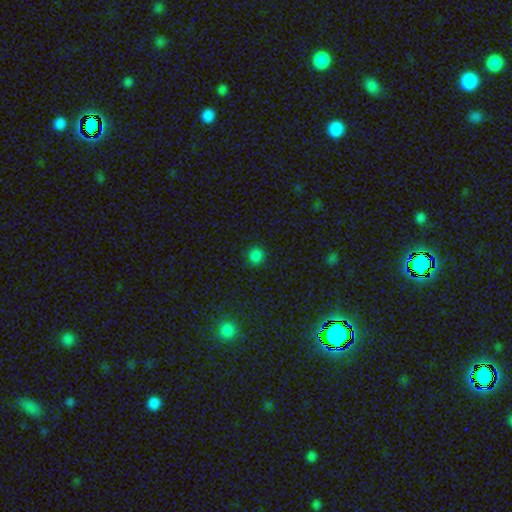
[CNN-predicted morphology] smooth-or-featured: smooth: 81% | star or artifact: 16% | featured or disk: 3%
  how-rounded: round: 91% | in between: 8% | cigar-shaped: 1%
  merging: none: 90% | minor disturbance: 7% | major disturbance: 2% | merger: 1%